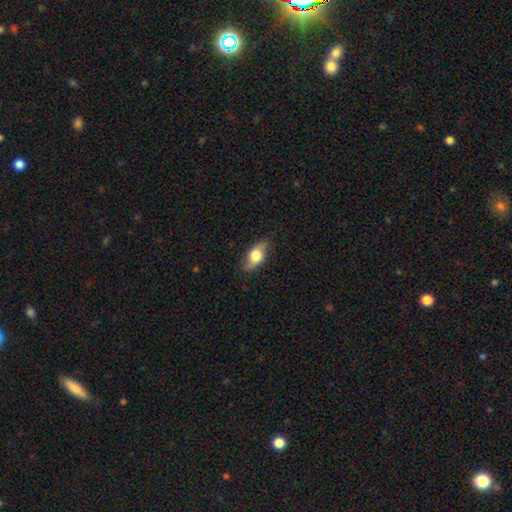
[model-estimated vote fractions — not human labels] Morphology: type=smooth (65%); roundness=in between (80%); merging=none (80%).